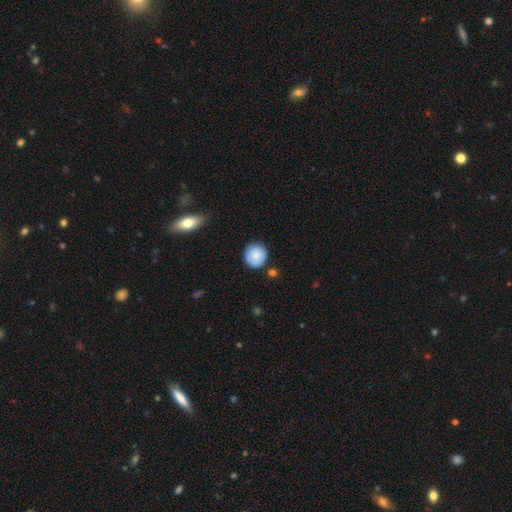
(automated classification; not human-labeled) Smooth or featured?
  - smooth: 86% *
  - featured or disk: 7%
  - star or artifact: 7%
How rounded?
  - round: 90% *
  - in between: 9%
  - cigar-shaped: 1%
Merging?
  - none: 81% *
  - minor disturbance: 13%
  - merger: 3%
  - major disturbance: 2%